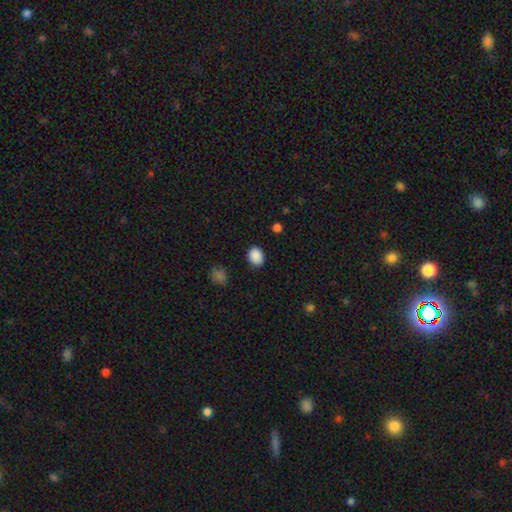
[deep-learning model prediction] Smooth or featured? smooth (89%)
How rounded? in between (59%)
Merging? none (86%)